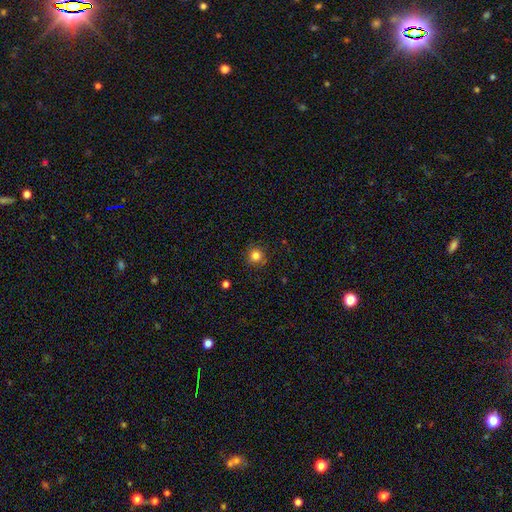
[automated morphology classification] Overall: smooth (82%). How rounded: round (93%). Merging: none (86%).